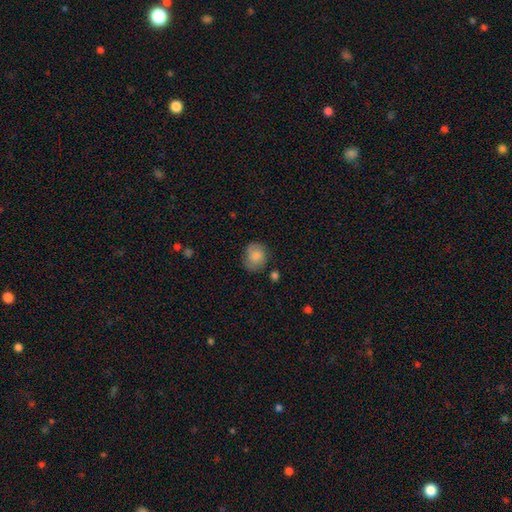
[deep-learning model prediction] Q: Smooth or featured?
A: smooth (74%); runner-up: featured or disk (18%)
Q: How rounded?
A: round (74%); runner-up: in between (25%)
Q: Merging?
A: none (68%); runner-up: minor disturbance (22%)